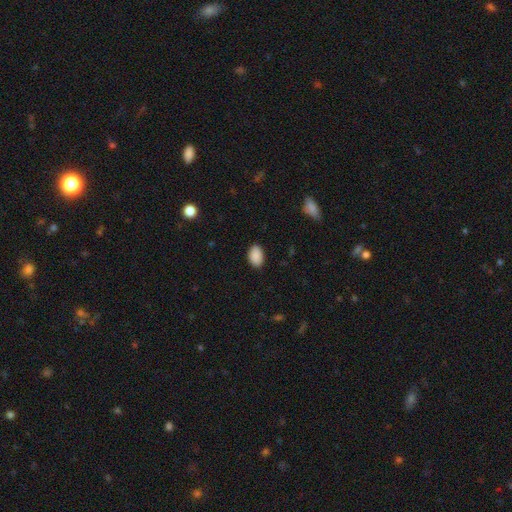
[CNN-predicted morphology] Q: Smooth or featured?
A: smooth (90%); runner-up: star or artifact (7%)
Q: How rounded?
A: in between (89%); runner-up: round (10%)
Q: Merging?
A: none (88%); runner-up: minor disturbance (9%)